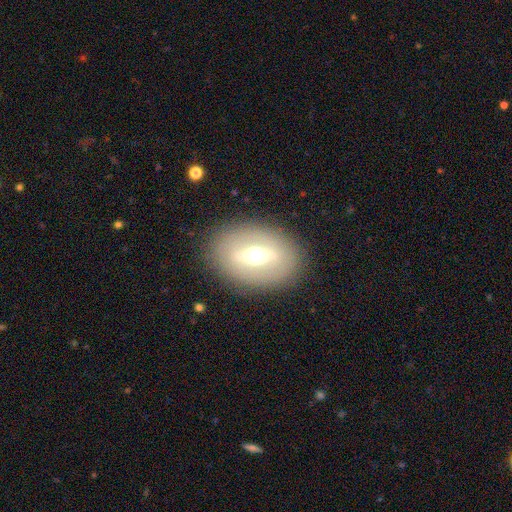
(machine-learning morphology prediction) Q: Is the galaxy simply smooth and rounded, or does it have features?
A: featured or disk — 59%.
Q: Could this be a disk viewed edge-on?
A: no — 77%.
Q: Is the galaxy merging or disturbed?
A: none — 85%.